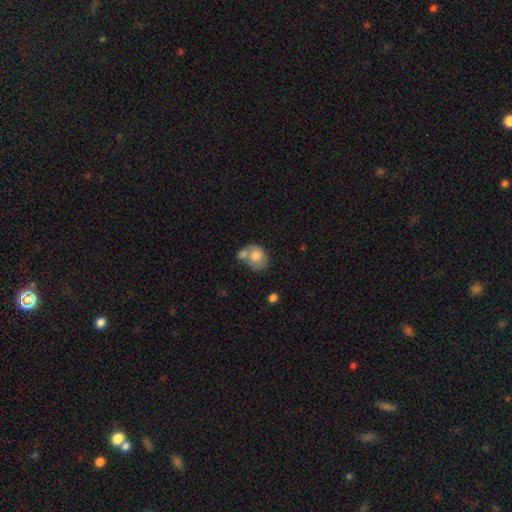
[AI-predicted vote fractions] Overall: smooth (74%). How rounded: in between (52%; round 47%). Merging: merger (50%; none 27%).